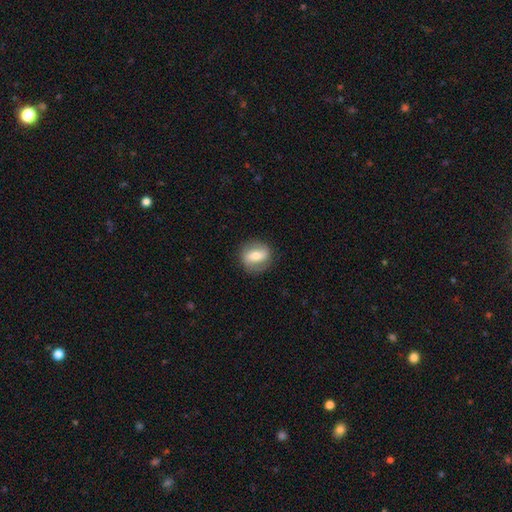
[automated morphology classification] smooth 53%, featured or disk 39%, star or artifact 7%. Down the decision tree: how rounded — round (60%); merging — none (84%).